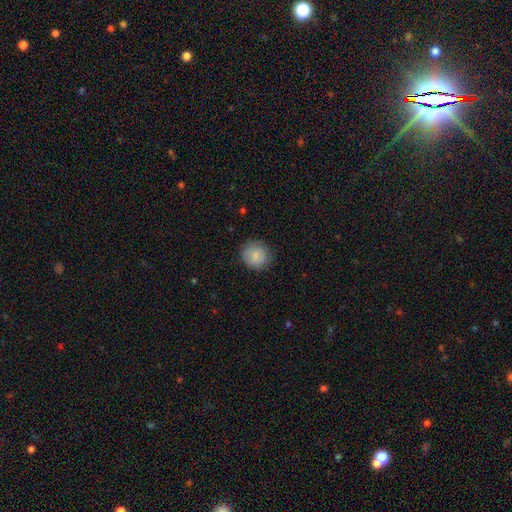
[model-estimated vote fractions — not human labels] Morphology: type=smooth (85%); roundness=round (88%); merging=none (83%).